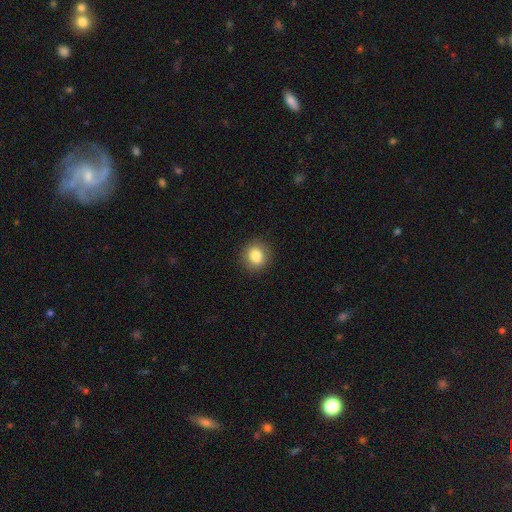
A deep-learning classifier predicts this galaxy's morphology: type=smooth (83%); roundness=round (87%); merging=none (90%).